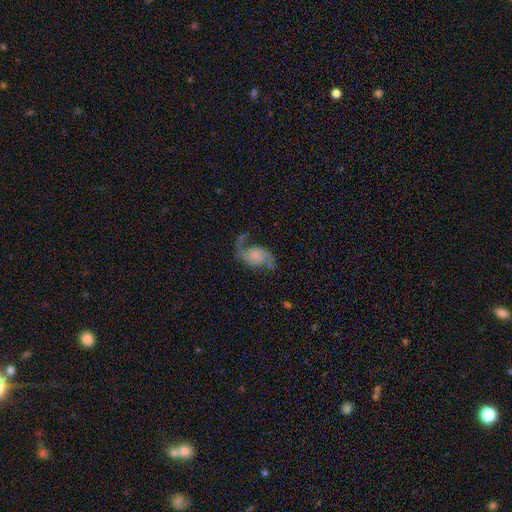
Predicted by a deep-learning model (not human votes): Q: Smooth or featured?
A: featured or disk (88%); runner-up: smooth (6%)
Q: Edge-on disk?
A: no (98%); runner-up: yes (2%)
Q: Bar?
A: no (70%); runner-up: weak (25%)
Q: Spiral arms?
A: yes (97%); runner-up: no (3%)
Q: Spiral winding?
A: loose (56%); runner-up: medium (36%)
Q: Spiral arm count?
A: 2 (93%); runner-up: 1 (2%)
Q: Bulge size?
A: small (61%); runner-up: moderate (22%)
Q: Merging?
A: none (71%); runner-up: minor disturbance (16%)